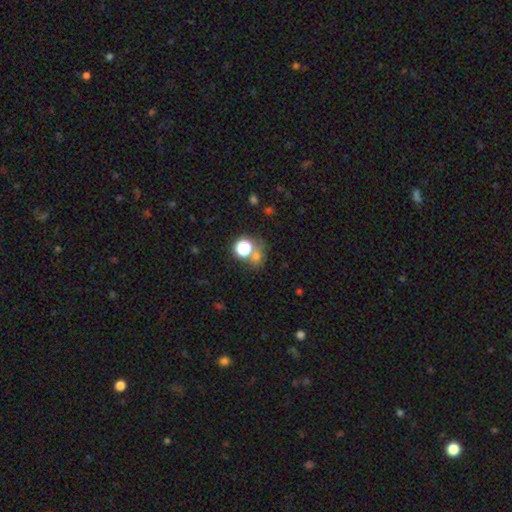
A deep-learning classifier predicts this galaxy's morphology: Overall: smooth (56%; star or artifact 35%). How rounded: round (73%). Merging: none (60%; merger 21%).